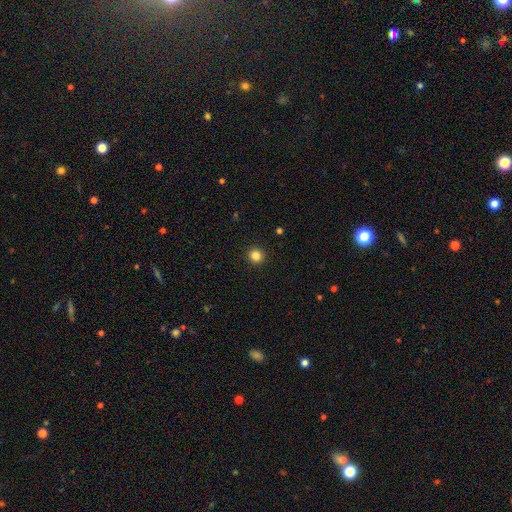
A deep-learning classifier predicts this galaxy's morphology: Smooth or featured?
  - smooth: 84% *
  - star or artifact: 12%
  - featured or disk: 4%
How rounded?
  - round: 94% *
  - in between: 5%
  - cigar-shaped: 1%
Merging?
  - none: 93% *
  - minor disturbance: 4%
  - major disturbance: 2%
  - merger: 1%